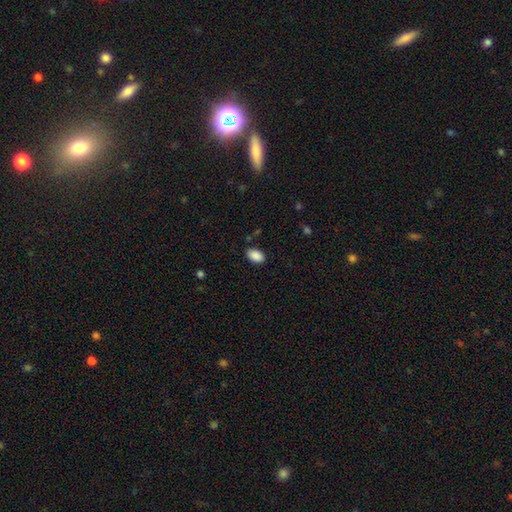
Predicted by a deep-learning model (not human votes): This is clearly a smooth galaxy (89%). How rounded: clearly in between (91%). Merging: clearly none (86%).